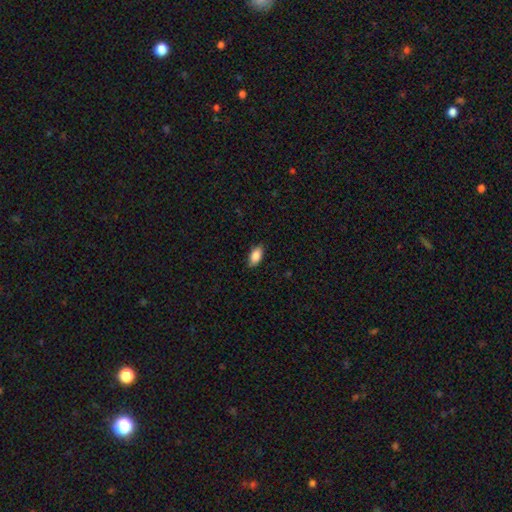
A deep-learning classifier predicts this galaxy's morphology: Q: Smooth or featured?
A: smooth (87%); runner-up: star or artifact (7%)
Q: How rounded?
A: in between (91%); runner-up: cigar-shaped (6%)
Q: Merging?
A: none (85%); runner-up: minor disturbance (12%)